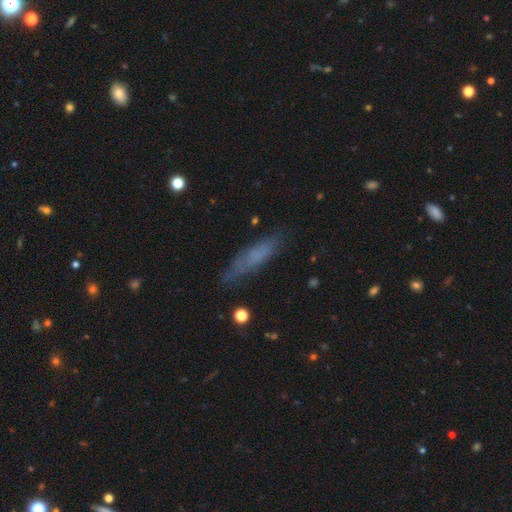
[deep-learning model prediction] smooth 60%, featured or disk 29%, star or artifact 11%. Down the decision tree: how rounded — cigar-shaped (71%); merging — none (71%).